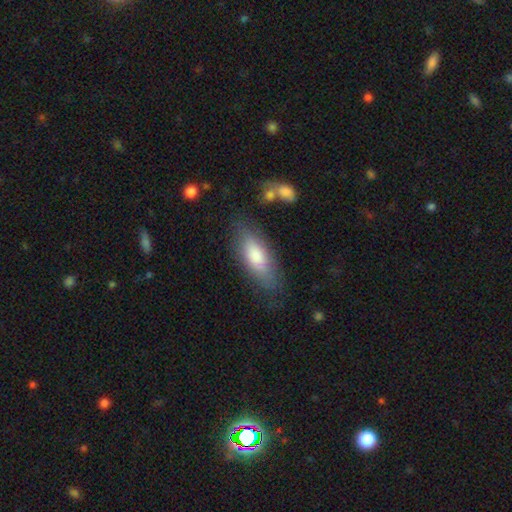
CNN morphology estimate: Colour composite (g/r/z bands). It shows a smooth galaxy with no disk features (76%) that is in between round and cigar-shaped (69%). Merging: none (76%).